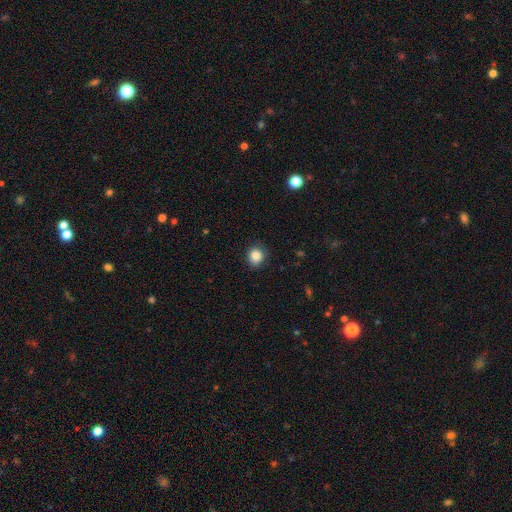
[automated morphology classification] Smooth or featured? Predicted: smooth (p=0.86). How rounded? Predicted: round (p=0.73). Merging? Predicted: none (p=0.84).